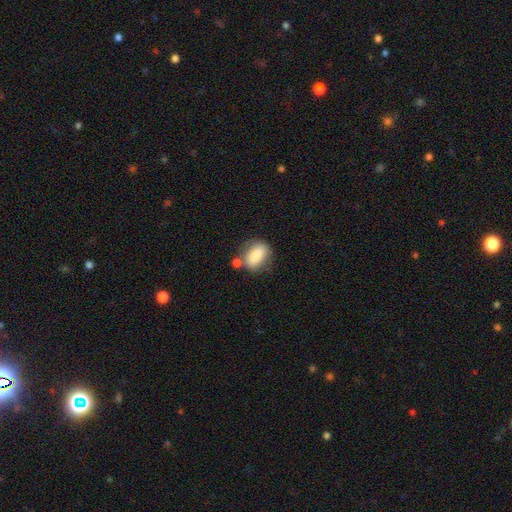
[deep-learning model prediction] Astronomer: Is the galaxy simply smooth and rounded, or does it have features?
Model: smooth — 78%.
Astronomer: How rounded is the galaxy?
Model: in between — 79%.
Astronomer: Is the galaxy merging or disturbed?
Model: none — 60%.